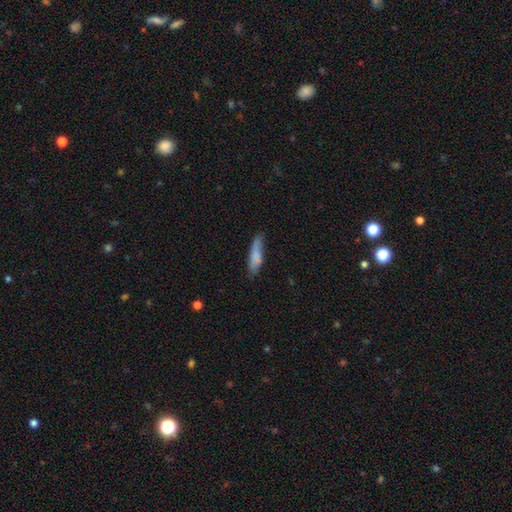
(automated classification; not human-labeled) Smooth or featured?
  - smooth: 80% *
  - featured or disk: 13%
  - star or artifact: 6%
How rounded?
  - cigar-shaped: 69% *
  - in between: 29%
  - round: 2%
Merging?
  - none: 71% *
  - minor disturbance: 22%
  - major disturbance: 4%
  - merger: 2%